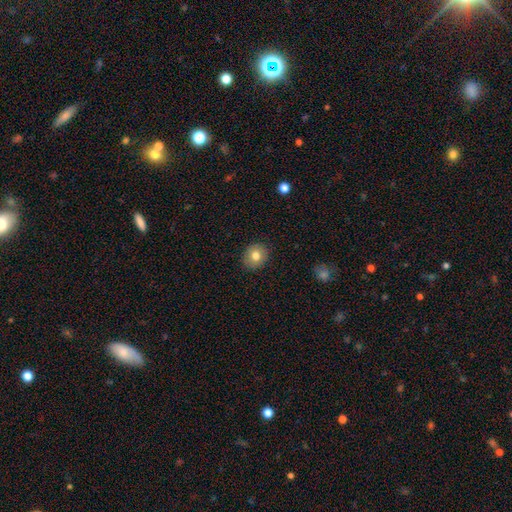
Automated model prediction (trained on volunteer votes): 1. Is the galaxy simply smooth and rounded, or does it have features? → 79% smooth, 12% featured or disk, 9% star or artifact.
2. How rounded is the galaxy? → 75% round, 24% in between, 1% cigar-shaped.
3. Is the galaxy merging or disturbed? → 90% none, 7% minor disturbance, 2% major disturbance, 1% merger.